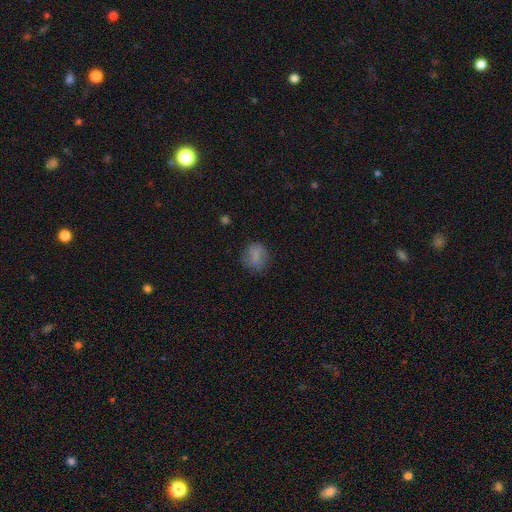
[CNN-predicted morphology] smooth_or_featured: smooth (p=0.80) [alt: featured or disk p=0.11]
how_rounded: round (p=0.76) [alt: in between p=0.23]
merging: none (p=0.73) [alt: minor disturbance p=0.18]